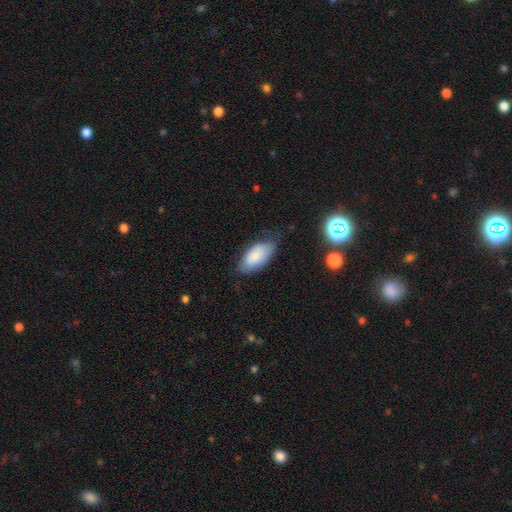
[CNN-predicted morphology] This appears to be a smooth galaxy with no disk features (85%) that is in between round and cigar-shaped (92%). Merging: none (66%).